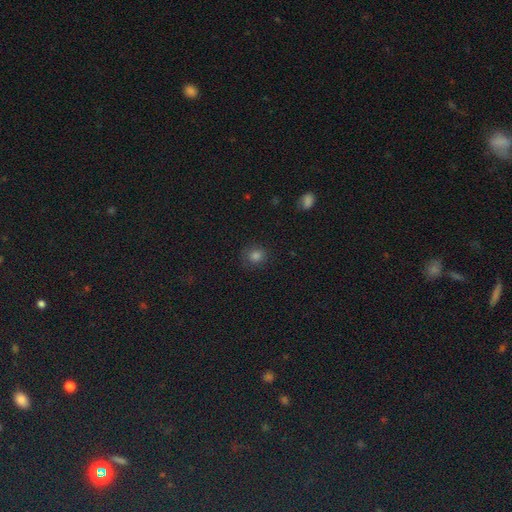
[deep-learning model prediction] A smooth galaxy with no disk features (78%) that is round (83%).

Vote fractions:
- Smooth or featured? smooth: 78% / star or artifact: 17% / featured or disk: 5%
- How rounded? round: 83% / in between: 16% / cigar-shaped: 1%
- Merging? none: 83% / minor disturbance: 12% / major disturbance: 4% / merger: 1%